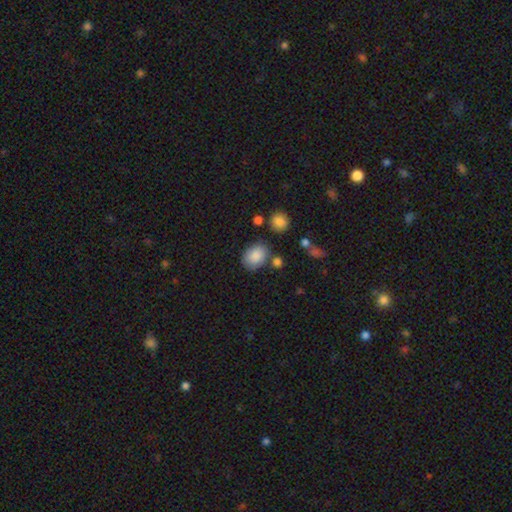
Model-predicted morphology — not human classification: This is clearly a smooth galaxy (86%). How rounded: likely in between (72%). Merging: likely none (72%).